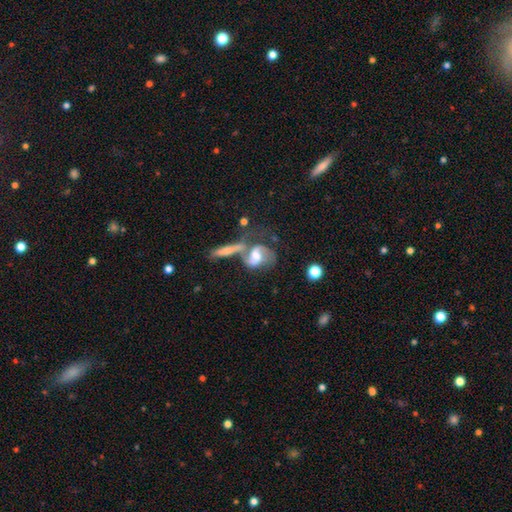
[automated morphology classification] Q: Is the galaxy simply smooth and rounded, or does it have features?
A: featured or disk — 65%.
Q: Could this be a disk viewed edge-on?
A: no — 91%.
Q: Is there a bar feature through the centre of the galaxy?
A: weak — 42%.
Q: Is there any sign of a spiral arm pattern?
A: yes — 84%.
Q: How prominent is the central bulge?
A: moderate — 49%.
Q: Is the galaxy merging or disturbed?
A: merger — 44%.